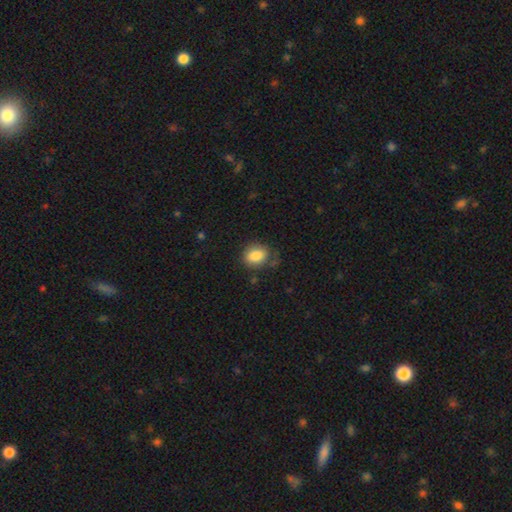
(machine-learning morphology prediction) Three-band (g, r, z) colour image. It shows a smooth galaxy with no disk features (85%) that is in between round and cigar-shaped (55%). Merging: none (69%).